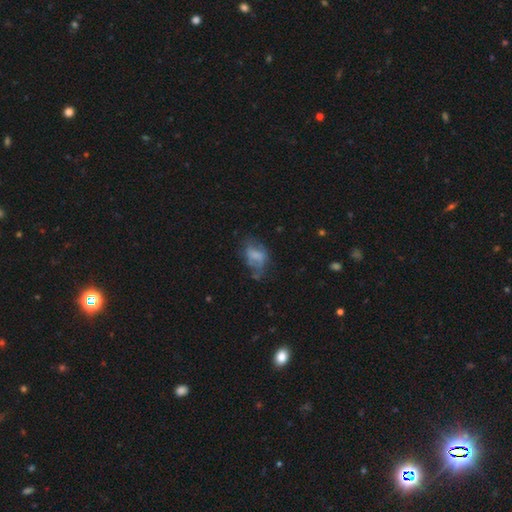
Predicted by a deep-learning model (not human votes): Smooth or featured? smooth (48%)
Merging? none (33%, tied with major disturbance)